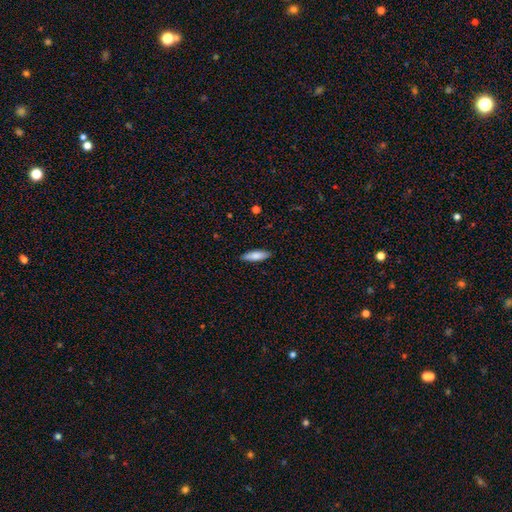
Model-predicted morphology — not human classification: Smooth or featured? smooth (80%)
How rounded? cigar-shaped (58%)
Merging? none (89%)